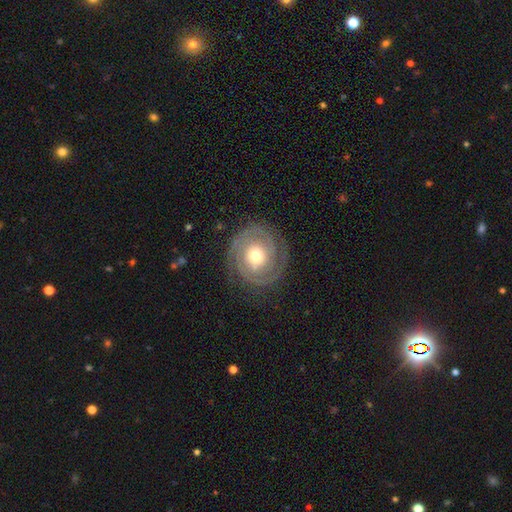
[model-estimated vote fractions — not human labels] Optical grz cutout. It shows a featured or disk galaxy (83%) with no bar (76%), 2 (64%) tight (77%) spiral arms (93%) and a moderate central bulge (68%). Merging: none (83%).